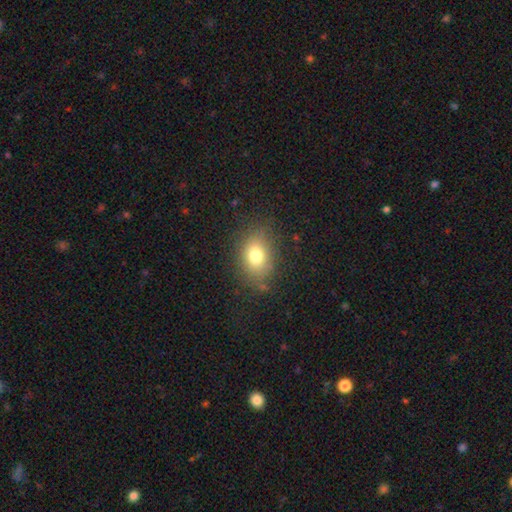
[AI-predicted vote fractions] Smooth or featured?
  - smooth: 76% *
  - star or artifact: 12%
  - featured or disk: 12%
How rounded?
  - in between: 65% *
  - round: 33%
  - cigar-shaped: 1%
Merging?
  - none: 78% *
  - minor disturbance: 15%
  - major disturbance: 5%
  - merger: 2%